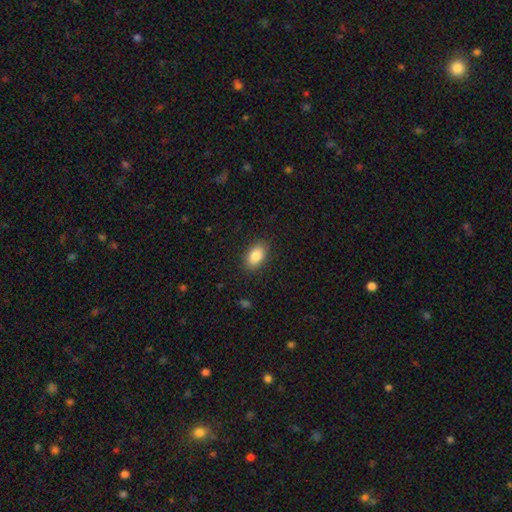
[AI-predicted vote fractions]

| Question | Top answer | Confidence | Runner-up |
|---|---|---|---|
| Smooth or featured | smooth | 85% | star or artifact (7%) |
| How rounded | in between | 91% | round (6%) |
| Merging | none | 88% | minor disturbance (9%) |